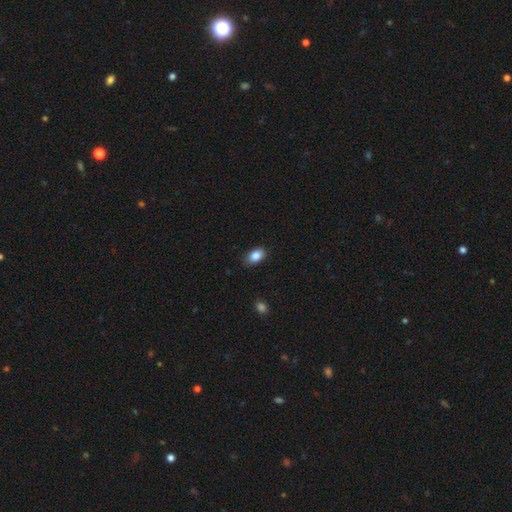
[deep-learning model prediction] Smooth or featured: smooth — 87% (star or artifact — 8%)
How rounded: in between — 87% (round — 12%)
Merging: none — 85% (minor disturbance — 11%)